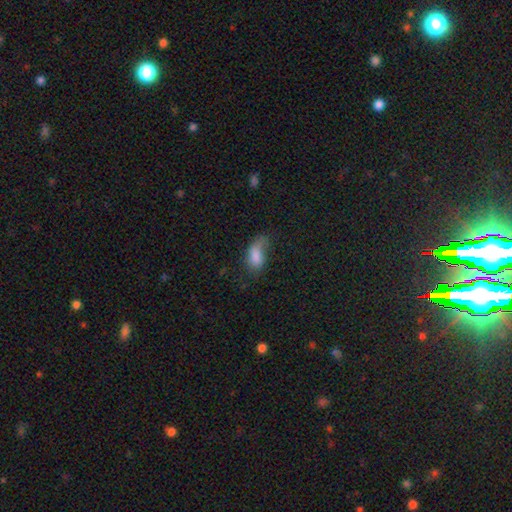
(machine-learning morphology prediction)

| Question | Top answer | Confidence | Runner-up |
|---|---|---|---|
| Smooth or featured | smooth | 78% | featured or disk (13%) |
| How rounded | in between | 89% | cigar-shaped (6%) |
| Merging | major disturbance | 33% | minor disturbance (31%) |